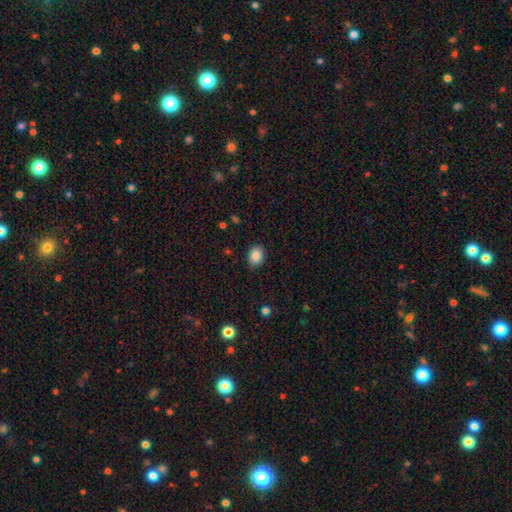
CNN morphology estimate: A smooth galaxy with no disk features (87%) that is in between round and cigar-shaped (59%).

Vote fractions:
- Smooth or featured? smooth: 87% / star or artifact: 9% / featured or disk: 4%
- How rounded? in between: 59% / round: 40% / cigar-shaped: 1%
- Merging? none: 87% / minor disturbance: 10% / major disturbance: 2% / merger: 1%